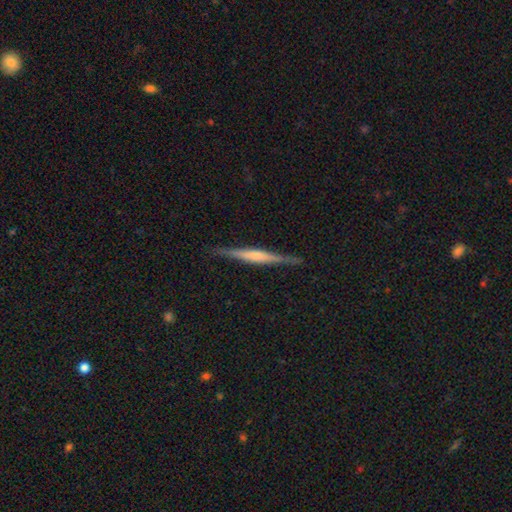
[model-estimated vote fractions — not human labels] This is likely a featured or disk galaxy (66%). It is clearly viewed edge-on (98%). Edge-on bulge: possibly rounded (47%). Merging: clearly none (89%).